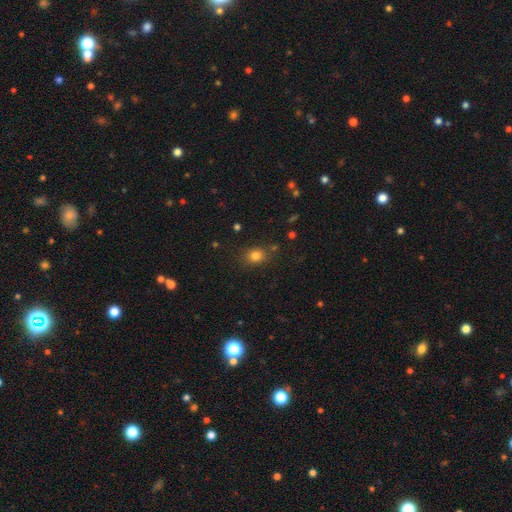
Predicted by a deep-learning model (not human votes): A smooth galaxy with no disk features (79%) that is round (58%). Merging: none (78%).